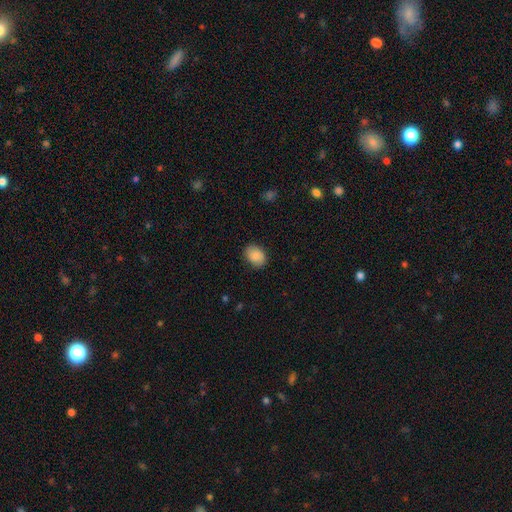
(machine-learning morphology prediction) type=smooth (88%); roundness=in between (71%); merging=none (84%).